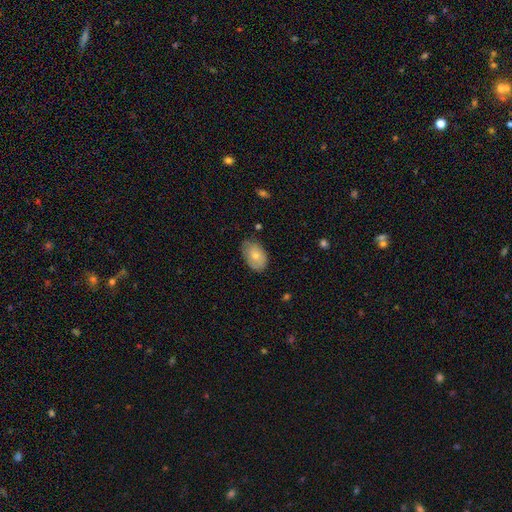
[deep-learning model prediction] smooth_or_featured: smooth (p=0.75) [alt: featured or disk p=0.18]
how_rounded: in between (p=0.88) [alt: round p=0.11]
merging: none (p=0.70) [alt: minor disturbance p=0.24]